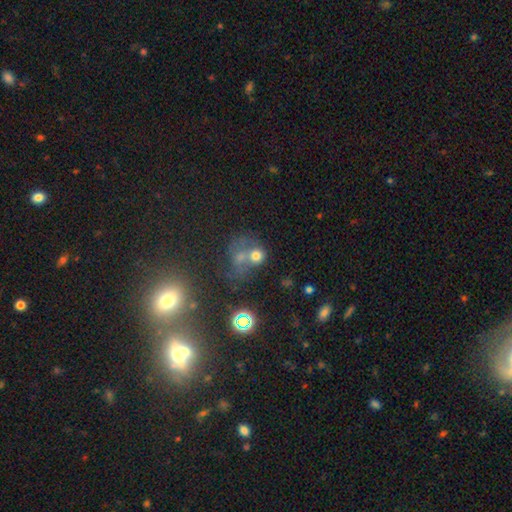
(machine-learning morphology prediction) smooth 62%, star or artifact 22%, featured or disk 16%. Down the decision tree: how rounded — round (73%); merging — merger (49%).